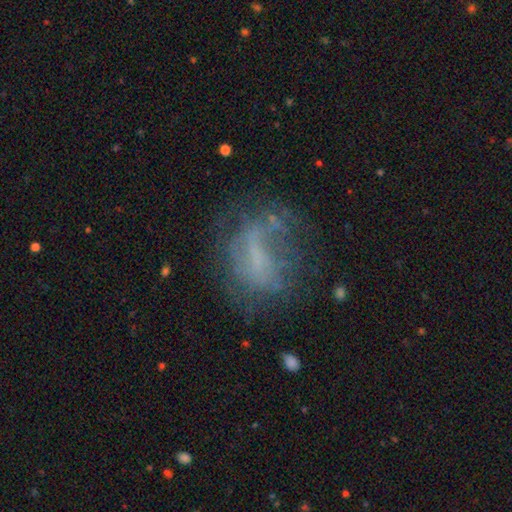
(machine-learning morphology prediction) smooth-or-featured: featured or disk: 48% | smooth: 34% | star or artifact: 18%
  merging: none: 44% | major disturbance: 30% | minor disturbance: 21% | merger: 5%